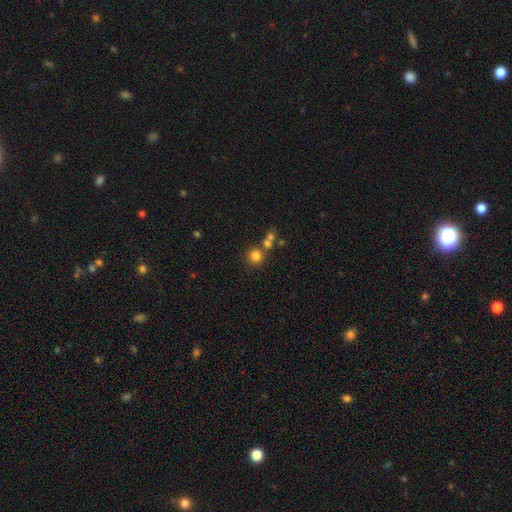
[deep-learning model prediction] Smooth or featured? smooth (78%)
How rounded? round (92%)
Merging? none (66%)